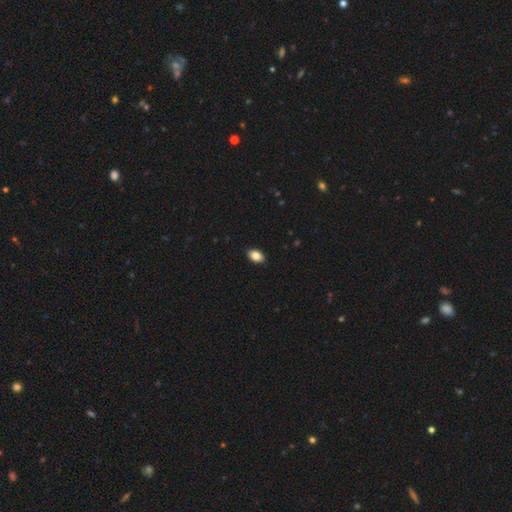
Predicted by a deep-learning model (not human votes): Smooth or featured?
  - smooth: 86% *
  - star or artifact: 8%
  - featured or disk: 6%
How rounded?
  - in between: 87% *
  - round: 12%
  - cigar-shaped: 1%
Merging?
  - none: 91% *
  - minor disturbance: 7%
  - major disturbance: 2%
  - merger: 1%